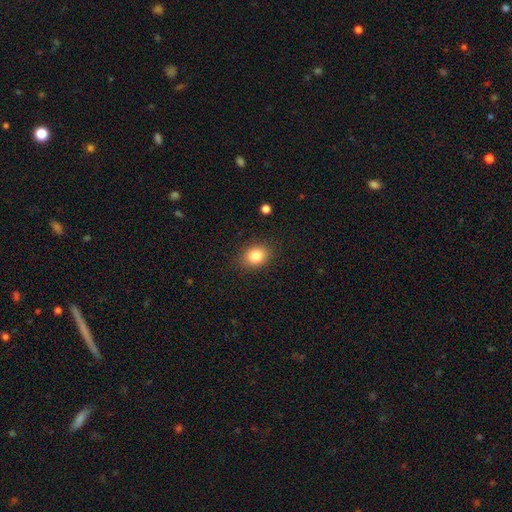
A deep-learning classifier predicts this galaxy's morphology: Q: Smooth or featured?
A: smooth (84%); runner-up: star or artifact (9%)
Q: How rounded?
A: in between (56%); runner-up: round (43%)
Q: Merging?
A: none (86%); runner-up: minor disturbance (10%)